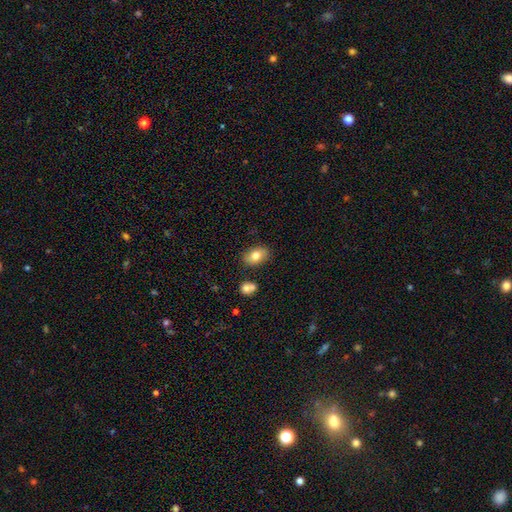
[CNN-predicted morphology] Smooth or featured?
  - smooth: 78% *
  - featured or disk: 14%
  - star or artifact: 8%
How rounded?
  - in between: 84% *
  - round: 14%
  - cigar-shaped: 2%
Merging?
  - none: 81% *
  - minor disturbance: 11%
  - merger: 5%
  - major disturbance: 2%